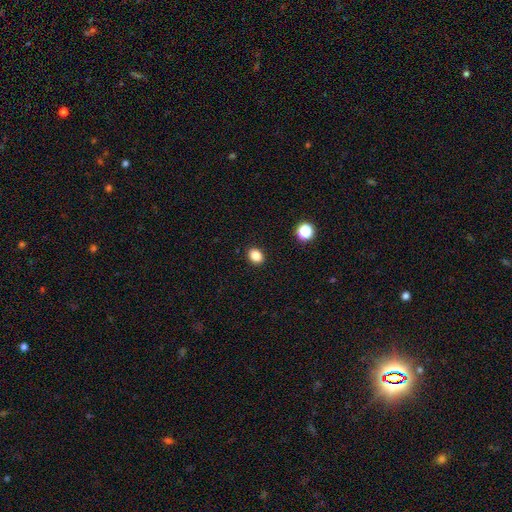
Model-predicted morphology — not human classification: Smooth or featured?
  - smooth: 85% *
  - star or artifact: 11%
  - featured or disk: 4%
How rounded?
  - in between: 58% *
  - round: 41%
  - cigar-shaped: 1%
Merging?
  - none: 90% *
  - minor disturbance: 6%
  - major disturbance: 2%
  - merger: 1%